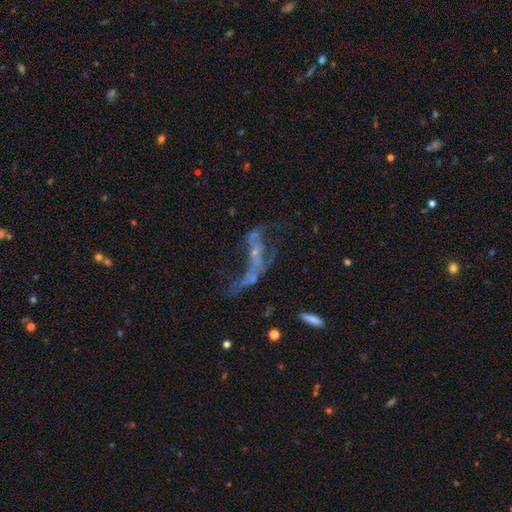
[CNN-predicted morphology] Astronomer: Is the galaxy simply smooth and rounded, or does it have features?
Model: featured or disk — 65%.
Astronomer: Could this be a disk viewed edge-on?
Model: no — 88%.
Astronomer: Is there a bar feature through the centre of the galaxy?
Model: no — 72%.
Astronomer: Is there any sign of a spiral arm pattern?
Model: no — 65%.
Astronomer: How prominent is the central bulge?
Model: small — 45% (runner-up: none, 44%).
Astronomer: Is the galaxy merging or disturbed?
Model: major disturbance — 45% (runner-up: none, 26%).